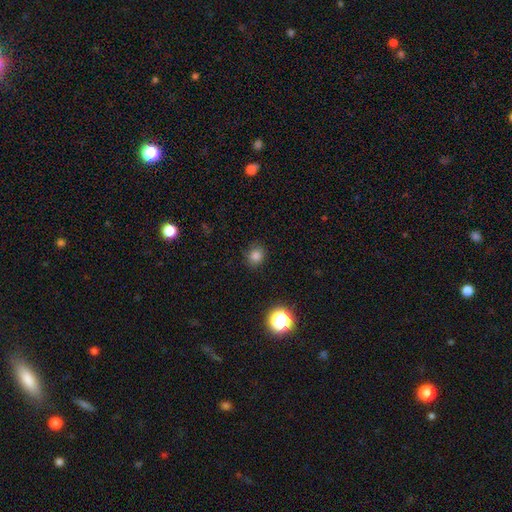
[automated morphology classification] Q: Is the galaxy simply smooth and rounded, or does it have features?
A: smooth — 79%.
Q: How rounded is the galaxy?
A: round — 77%.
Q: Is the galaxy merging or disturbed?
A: none — 85%.